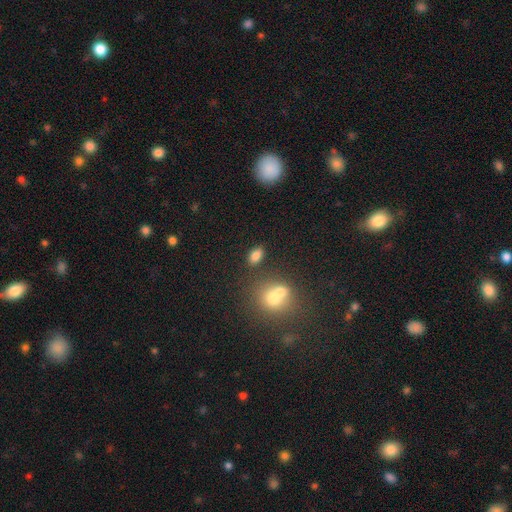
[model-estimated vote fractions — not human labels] A smooth galaxy with no disk features (81%) that is in between round and cigar-shaped (88%). Merging: none (78%).